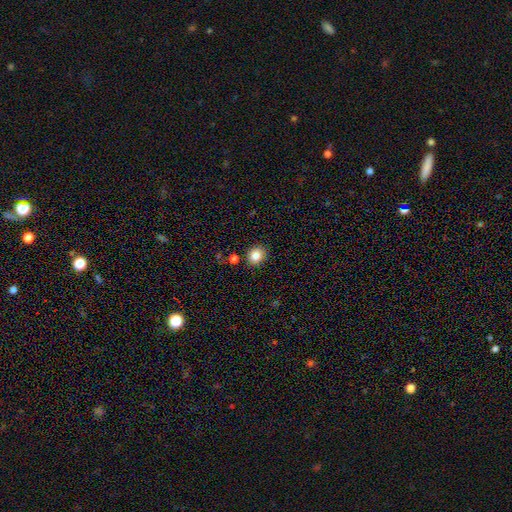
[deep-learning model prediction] smooth 84%, star or artifact 11%, featured or disk 5%. Down the decision tree: how rounded — round (72%); merging — none (86%).